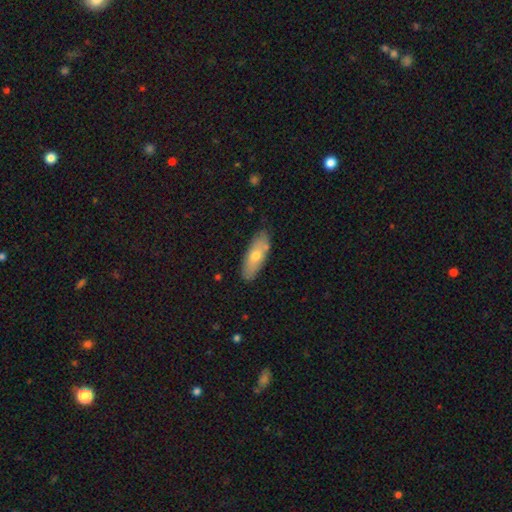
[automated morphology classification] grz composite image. It shows a smooth galaxy with no disk features (63%) that is in between round and cigar-shaped (68%). Merging: none (82%).